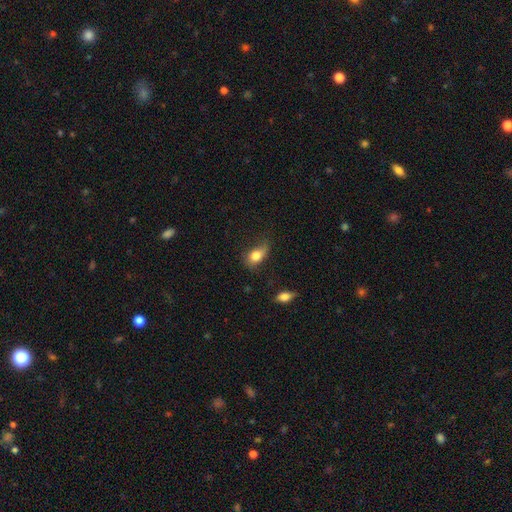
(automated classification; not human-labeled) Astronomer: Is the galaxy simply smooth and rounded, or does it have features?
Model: smooth — 76%.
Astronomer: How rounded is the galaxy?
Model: in between — 77%.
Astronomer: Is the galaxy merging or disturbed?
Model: none — 39% (runner-up: minor disturbance, 37%).